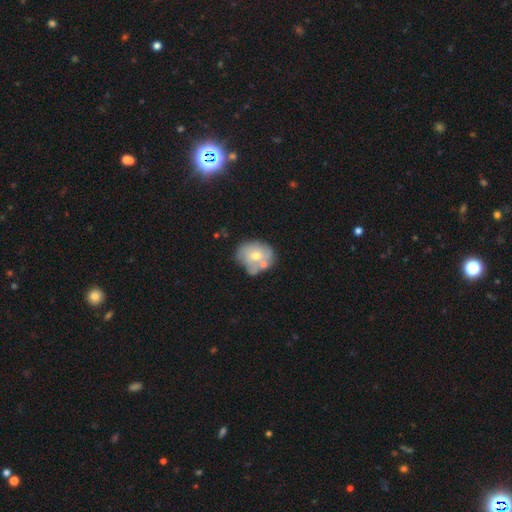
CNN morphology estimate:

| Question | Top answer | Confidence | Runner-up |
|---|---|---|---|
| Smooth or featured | smooth | 56% | featured or disk (36%) |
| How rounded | round | 60% | in between (39%) |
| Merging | none | 40% | merger (32%) |